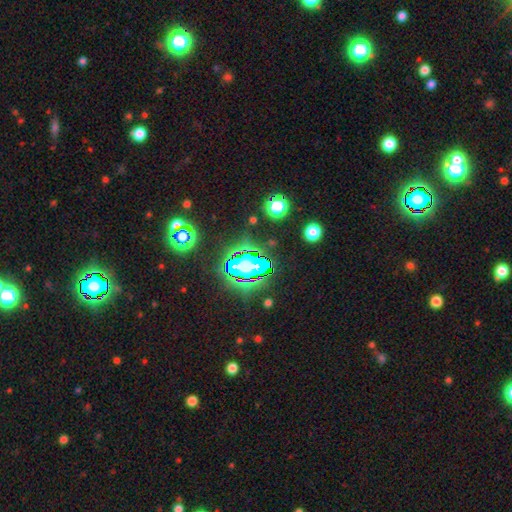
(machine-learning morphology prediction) A star or artifact, not a galaxy (81%).

Vote fractions:
- Smooth or featured? star or artifact: 81% / smooth: 12% / featured or disk: 7%